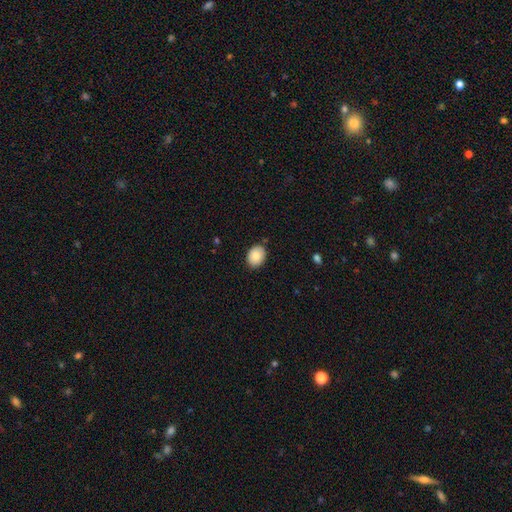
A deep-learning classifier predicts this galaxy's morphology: A smooth galaxy with no disk features (83%) that is in between round and cigar-shaped (66%). Merging: none (85%).